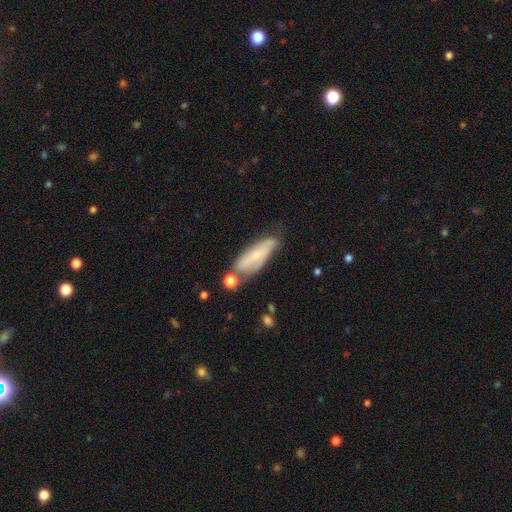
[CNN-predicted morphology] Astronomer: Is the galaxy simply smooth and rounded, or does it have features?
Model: smooth — 52% (runner-up: featured or disk, 41%).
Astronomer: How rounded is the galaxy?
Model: cigar-shaped — 50% (runner-up: in between, 48%).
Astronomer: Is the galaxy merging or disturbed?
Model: none — 56%.